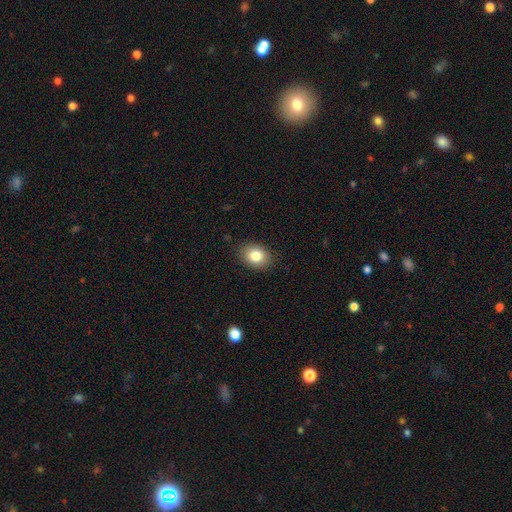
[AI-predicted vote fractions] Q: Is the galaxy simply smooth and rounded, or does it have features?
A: smooth — 83%.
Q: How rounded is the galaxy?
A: in between — 63%.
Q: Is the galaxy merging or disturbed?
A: none — 87%.